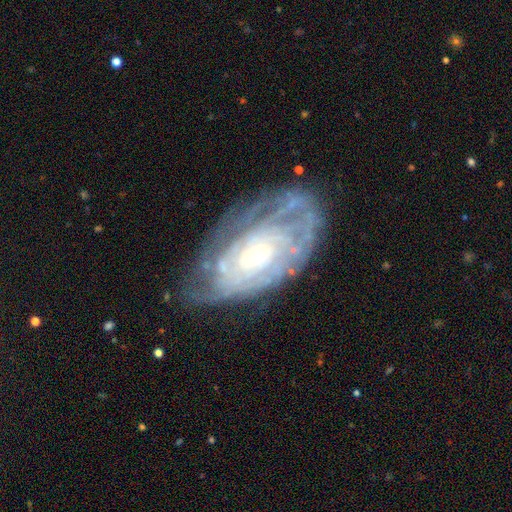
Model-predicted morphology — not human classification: Overall: featured or disk (80%). Edge-on disk: no (93%). Bar: no (72%). Spiral arms: yes (87%). Spiral arm count: can't tell (59%). Spiral winding: tight (75%). Bulge size: small (56%; moderate 37%). Merging: none (63%; minor disturbance 24%).